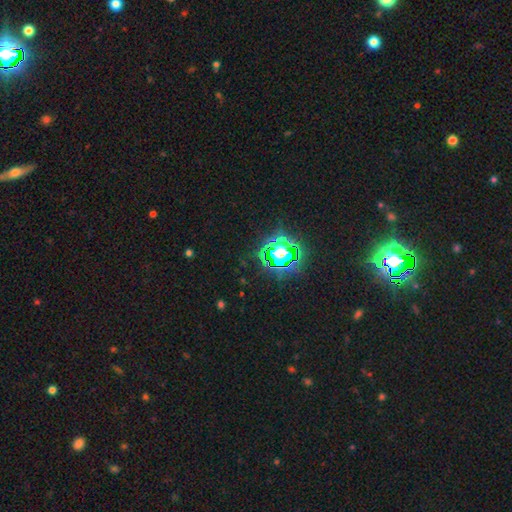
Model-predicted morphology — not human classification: A star or artifact, not a galaxy (82%).

Vote fractions:
- Smooth or featured? star or artifact: 82% / smooth: 12% / featured or disk: 6%